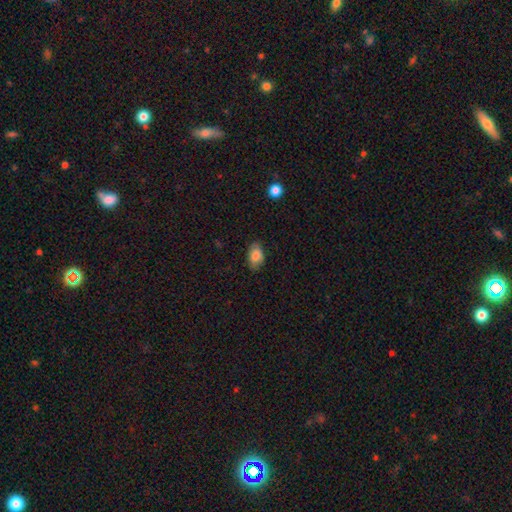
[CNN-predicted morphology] type=smooth (82%); roundness=in between (90%); merging=none (82%).